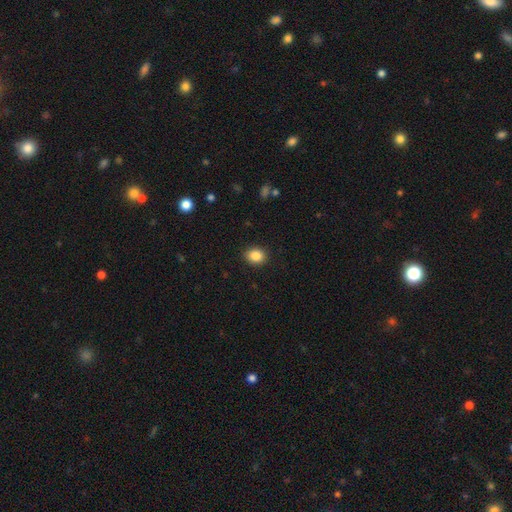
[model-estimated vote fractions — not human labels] The model was most divided on "how rounded": round: 56%, in between: 43%, cigar-shaped: 1%. More confident: merging — none (90%); smooth or featured — smooth (87%).